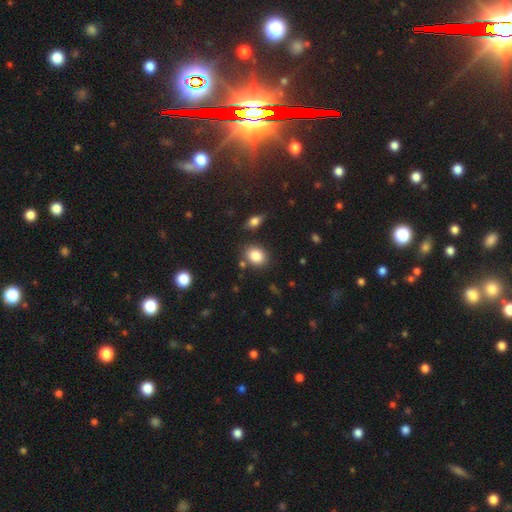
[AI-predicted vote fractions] Q: Smooth or featured?
A: smooth (86%); runner-up: star or artifact (9%)
Q: How rounded?
A: in between (59%); runner-up: round (40%)
Q: Merging?
A: none (79%); runner-up: minor disturbance (12%)